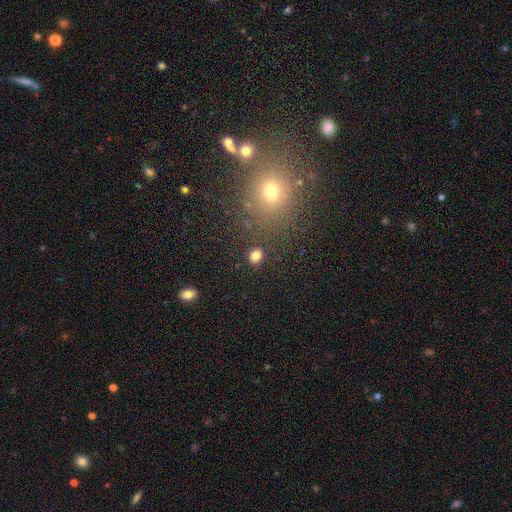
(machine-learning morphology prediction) smooth_or_featured: smooth (p=0.81) [alt: star or artifact p=0.14]
how_rounded: round (p=0.71) [alt: in between p=0.28]
merging: none (p=0.85) [alt: minor disturbance p=0.08]